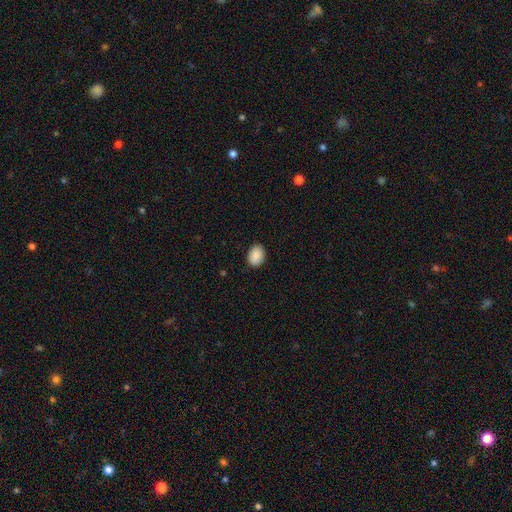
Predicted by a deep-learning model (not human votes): A smooth galaxy with no disk features (90%) that is in between round and cigar-shaped (72%). Merging: none (88%).